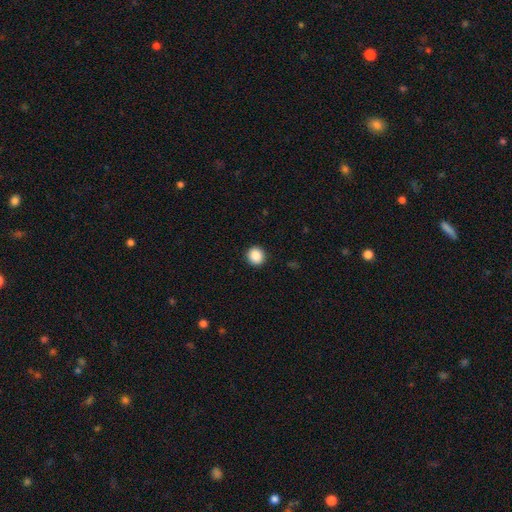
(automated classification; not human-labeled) This appears to be a smooth galaxy with no disk features (88%) that is round (93%). Merging: none (93%).